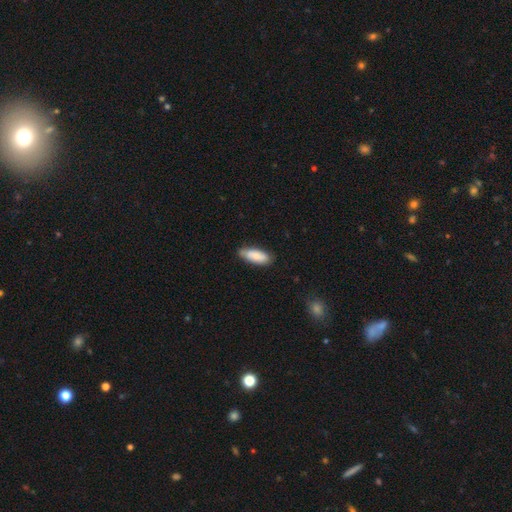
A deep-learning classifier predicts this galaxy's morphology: This appears to be a smooth galaxy with no disk features (83%) that is in between round and cigar-shaped (71%). Merging: none (76%).